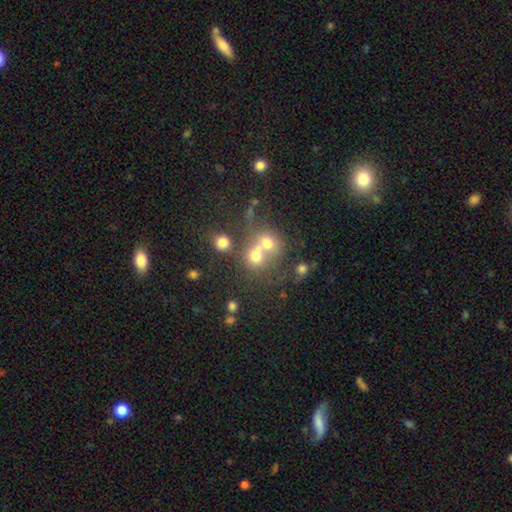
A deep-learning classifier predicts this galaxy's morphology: Smooth or featured? smooth (61%)
How rounded? round (75%)
Merging? merger (53%)